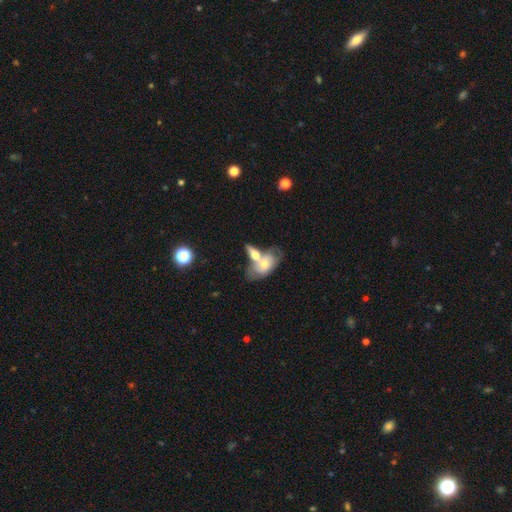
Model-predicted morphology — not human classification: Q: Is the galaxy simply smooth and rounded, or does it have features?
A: smooth — 56%.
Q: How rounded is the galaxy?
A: in between — 82%.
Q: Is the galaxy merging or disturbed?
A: merger — 62%.